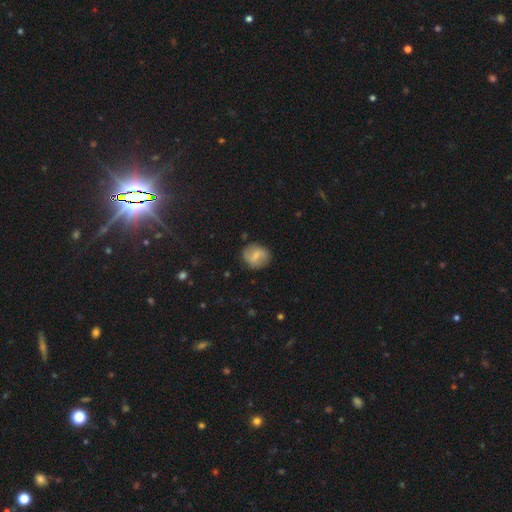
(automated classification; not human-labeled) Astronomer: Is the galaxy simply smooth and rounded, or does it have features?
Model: smooth — 56% (runner-up: featured or disk, 36%).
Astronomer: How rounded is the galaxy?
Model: round — 76%.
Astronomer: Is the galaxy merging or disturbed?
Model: none — 82%.